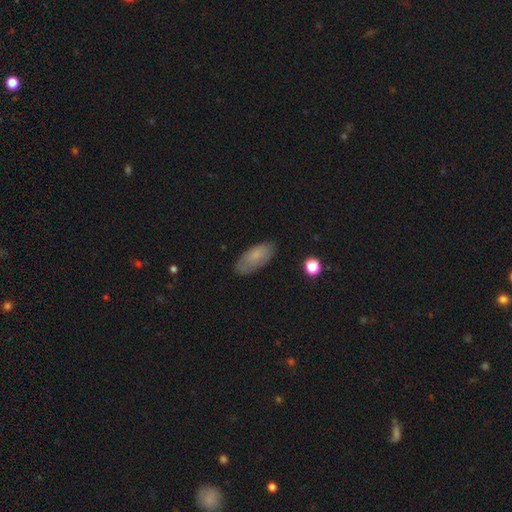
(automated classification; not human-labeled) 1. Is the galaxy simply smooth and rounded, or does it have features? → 76% smooth, 16% featured or disk, 8% star or artifact.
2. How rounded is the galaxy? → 86% in between, 11% cigar-shaped, 2% round.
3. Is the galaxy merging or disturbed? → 80% none, 15% minor disturbance, 3% major disturbance, 1% merger.